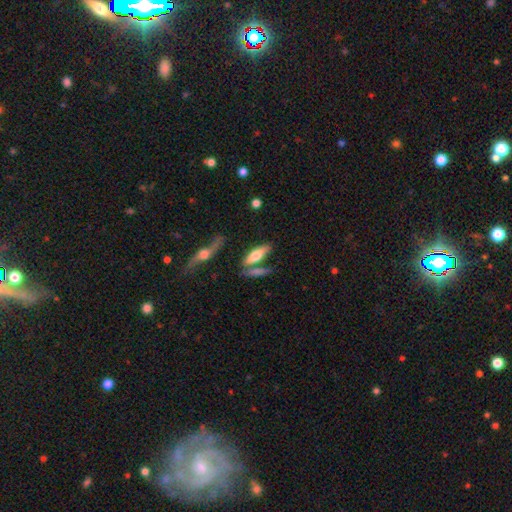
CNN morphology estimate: Smooth or featured: smooth — 54% (featured or disk — 40%)
How rounded: in between — 49% (cigar-shaped — 48%)
Merging: none — 61% (merger — 19%)